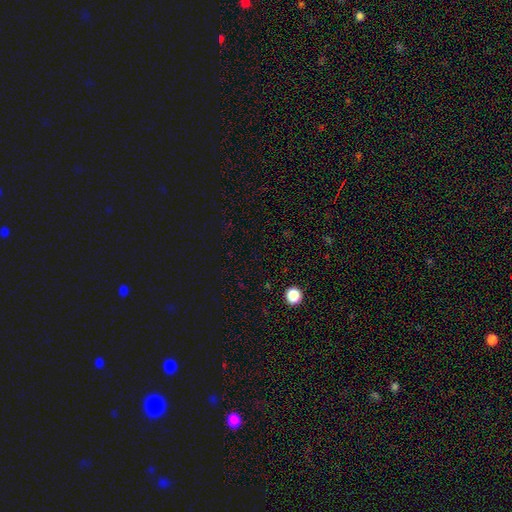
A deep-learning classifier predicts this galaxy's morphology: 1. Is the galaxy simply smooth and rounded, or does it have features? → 62% star or artifact, 32% smooth, 6% featured or disk.